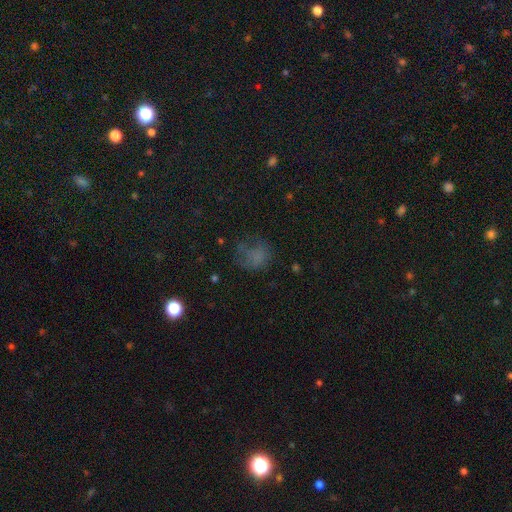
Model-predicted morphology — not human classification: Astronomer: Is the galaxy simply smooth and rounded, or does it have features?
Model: smooth — 59%.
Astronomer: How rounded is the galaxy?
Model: round — 62%.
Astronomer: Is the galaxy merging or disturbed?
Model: none — 44% (runner-up: major disturbance, 29%).